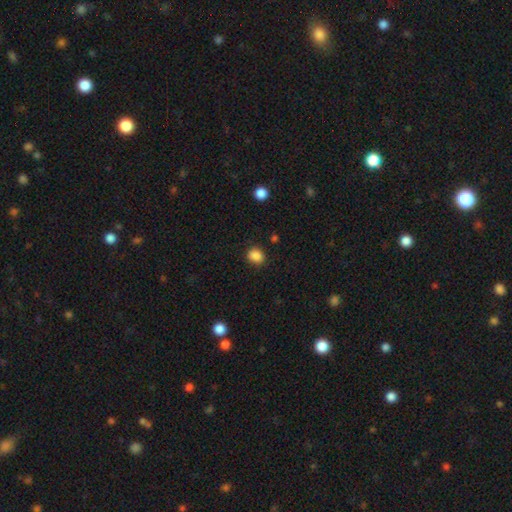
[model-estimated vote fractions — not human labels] This is clearly a smooth galaxy (86%). How rounded: likely round (65%). Merging: clearly none (83%).